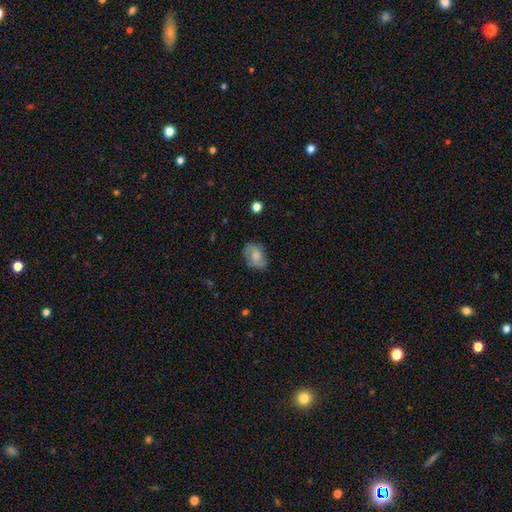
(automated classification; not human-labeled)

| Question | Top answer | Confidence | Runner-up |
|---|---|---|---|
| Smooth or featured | smooth | 53% | featured or disk (38%) |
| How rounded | in between | 74% | round (24%) |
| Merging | none | 72% | minor disturbance (20%) |